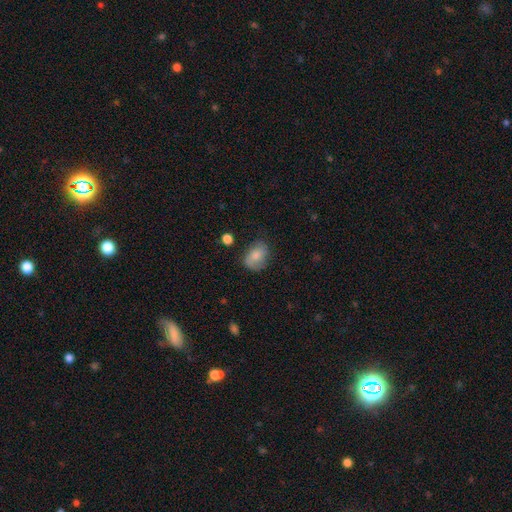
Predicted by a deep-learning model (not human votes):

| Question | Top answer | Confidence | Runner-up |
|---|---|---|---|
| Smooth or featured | smooth | 70% | featured or disk (22%) |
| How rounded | in between | 67% | round (32%) |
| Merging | none | 64% | minor disturbance (25%) |